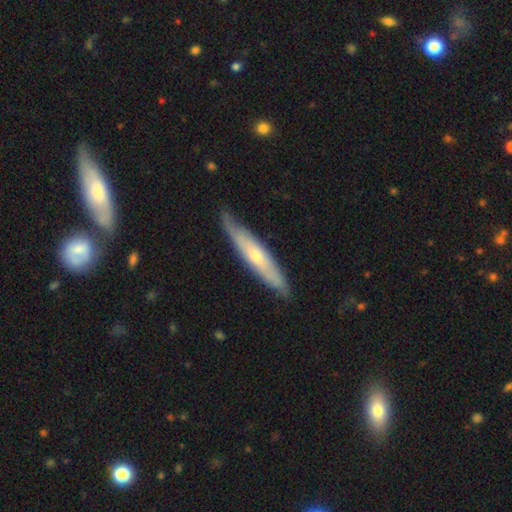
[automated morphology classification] Q: Smooth or featured?
A: featured or disk (53%); runner-up: smooth (42%)
Q: Edge-on disk?
A: yes (69%); runner-up: no (31%)
Q: Merging?
A: none (79%); runner-up: minor disturbance (17%)